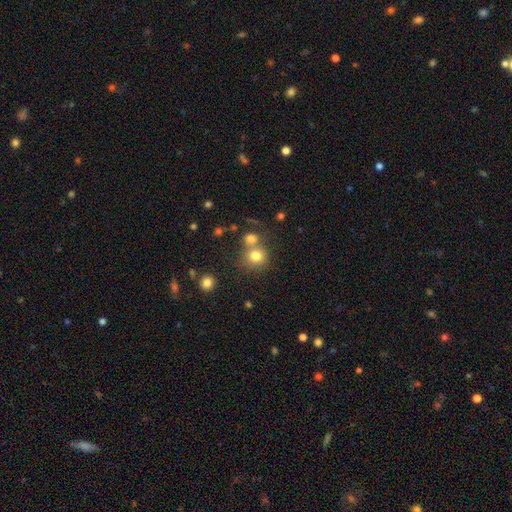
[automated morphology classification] Smooth or featured? smooth (78%)
How rounded? round (87%)
Merging? none (55%)